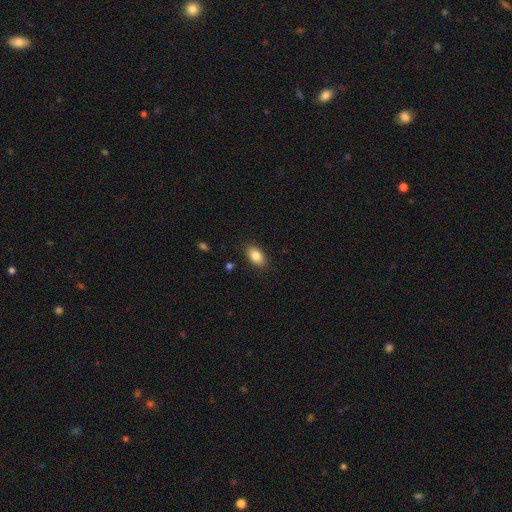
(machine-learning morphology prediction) The model was most divided on "smooth or featured": smooth: 85%, star or artifact: 8%, featured or disk: 8%. More confident: how rounded — in between (91%); merging — none (87%).